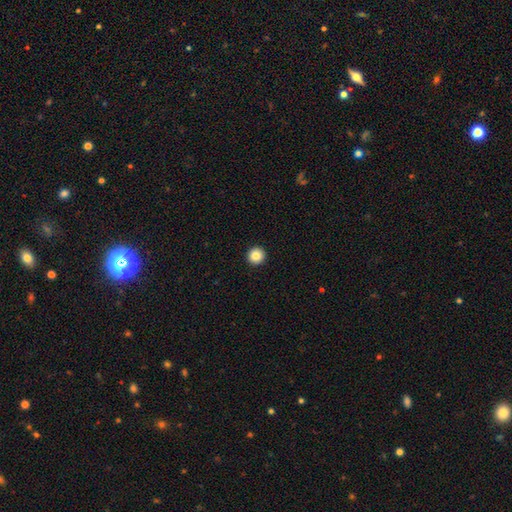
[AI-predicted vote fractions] Smooth or featured?
  - smooth: 86% *
  - star or artifact: 10%
  - featured or disk: 4%
How rounded?
  - round: 96% *
  - in between: 3%
  - cigar-shaped: 1%
Merging?
  - none: 94% *
  - minor disturbance: 3%
  - major disturbance: 1%
  - merger: 1%